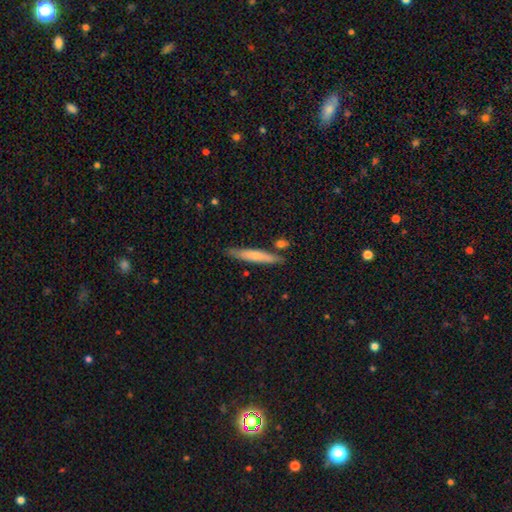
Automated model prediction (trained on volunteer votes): A smooth galaxy with no disk features (64%) that is cigar-shaped (93%). Merging: none (80%).